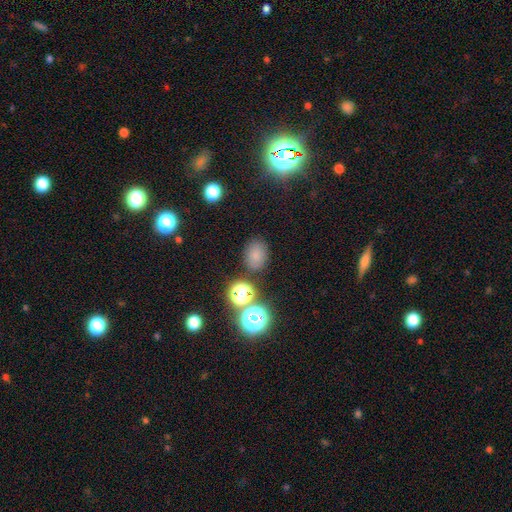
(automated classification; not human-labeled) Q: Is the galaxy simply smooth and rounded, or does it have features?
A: smooth — 74%.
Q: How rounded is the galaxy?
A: in between — 62%.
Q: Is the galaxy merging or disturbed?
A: none — 79%.